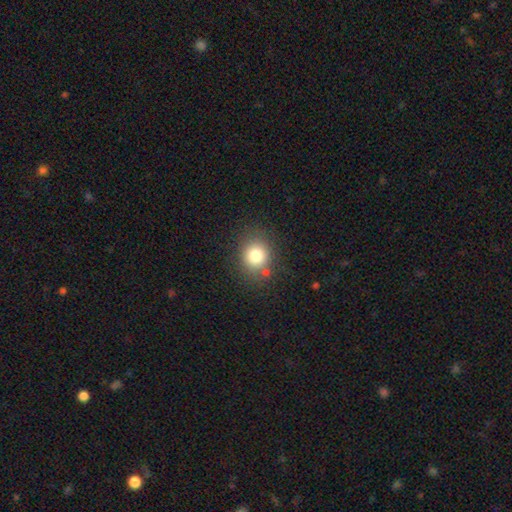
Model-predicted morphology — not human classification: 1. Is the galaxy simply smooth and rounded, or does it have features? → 80% smooth, 12% star or artifact, 9% featured or disk.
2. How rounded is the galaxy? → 69% round, 30% in between, 1% cigar-shaped.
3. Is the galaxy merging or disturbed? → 78% none, 13% minor disturbance, 5% merger, 4% major disturbance.